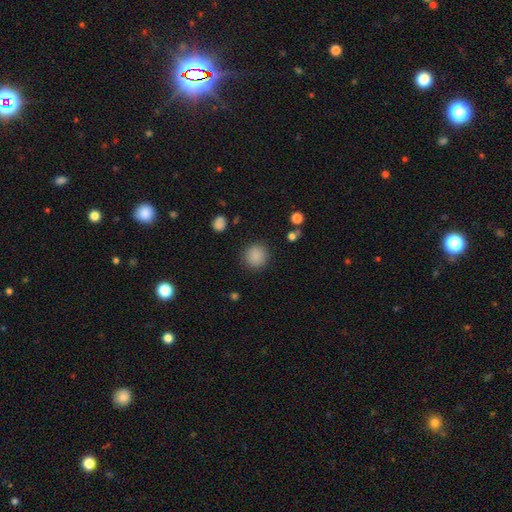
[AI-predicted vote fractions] Overall: smooth (87%). How rounded: round (91%). Merging: none (89%).